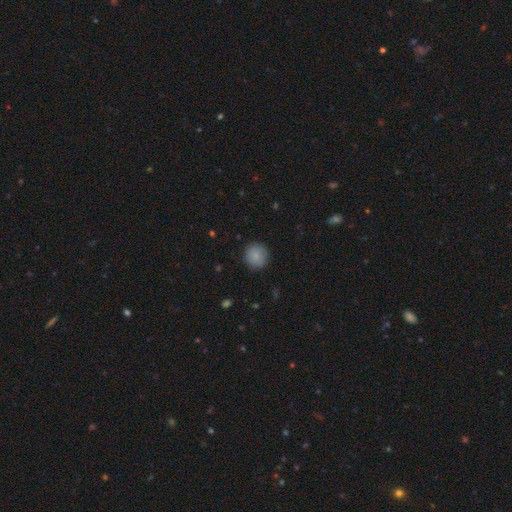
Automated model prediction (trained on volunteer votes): Smooth or featured? smooth (86%)
How rounded? round (91%)
Merging? none (88%)